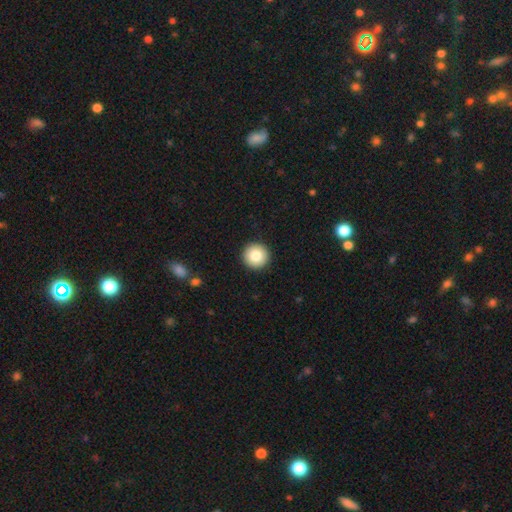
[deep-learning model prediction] smooth-or-featured: smooth: 84% | star or artifact: 8% | featured or disk: 8%
  how-rounded: round: 96% | in between: 3% | cigar-shaped: 1%
  merging: none: 93% | minor disturbance: 4% | major disturbance: 1% | merger: 1%